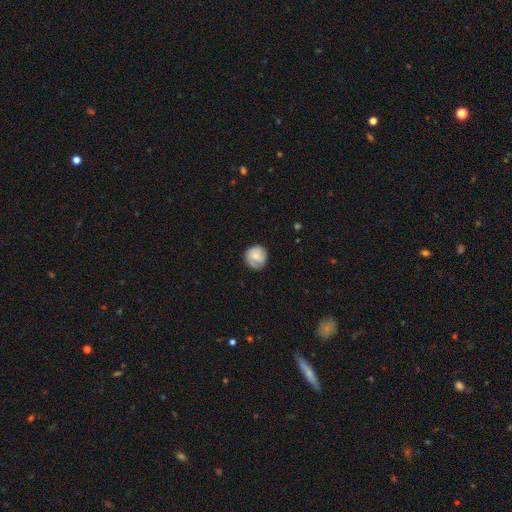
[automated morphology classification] Smooth or featured? smooth (72%)
How rounded? round (92%)
Merging? none (79%)